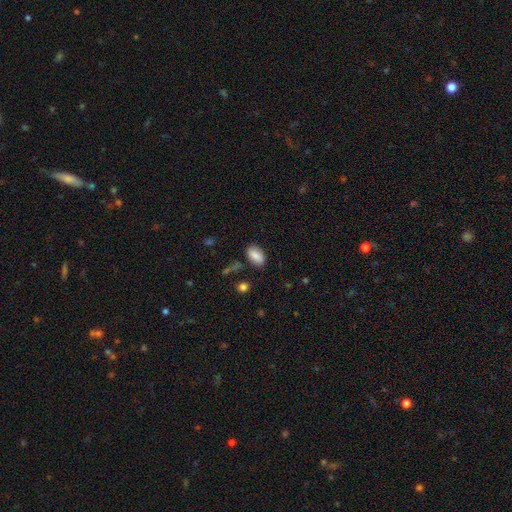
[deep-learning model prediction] Smooth or featured?
  - smooth: 83% *
  - featured or disk: 10%
  - star or artifact: 8%
How rounded?
  - in between: 92% *
  - round: 6%
  - cigar-shaped: 2%
Merging?
  - none: 79% *
  - minor disturbance: 15%
  - major disturbance: 4%
  - merger: 3%